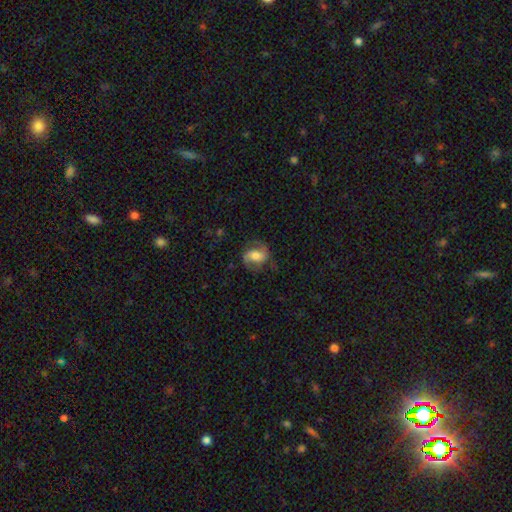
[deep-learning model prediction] Smooth or featured?
  - featured or disk: 63% *
  - smooth: 29%
  - star or artifact: 8%
Edge-on disk?
  - no: 96% *
  - yes: 4%
Bar?
  - weak: 39% *
  - no: 37%
  - strong: 24%
Spiral arms?
  - yes: 88% *
  - no: 12%
Spiral winding?
  - medium: 46% *
  - loose: 36%
  - tight: 18%
Spiral arm count?
  - 2: 86% *
  - can't tell: 6%
  - 1: 5%
  - 3: 2%
  - 4: 1%
  - more than 4: 1%
Bulge size?
  - moderate: 59% *
  - small: 20%
  - large: 16%
  - none: 3%
  - dominant: 2%
Merging?
  - none: 67% *
  - minor disturbance: 19%
  - major disturbance: 12%
  - merger: 1%